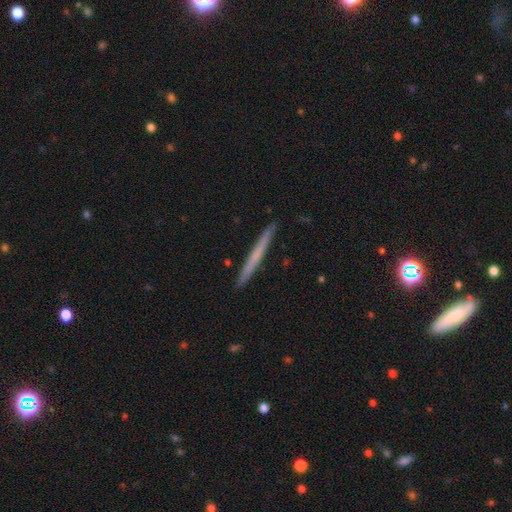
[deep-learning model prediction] Smooth or featured?
  - smooth: 51% *
  - featured or disk: 43%
  - star or artifact: 6%
How rounded?
  - cigar-shaped: 97% *
  - in between: 2%
  - round: 1%
Merging?
  - none: 92% *
  - minor disturbance: 6%
  - major disturbance: 1%
  - merger: 1%